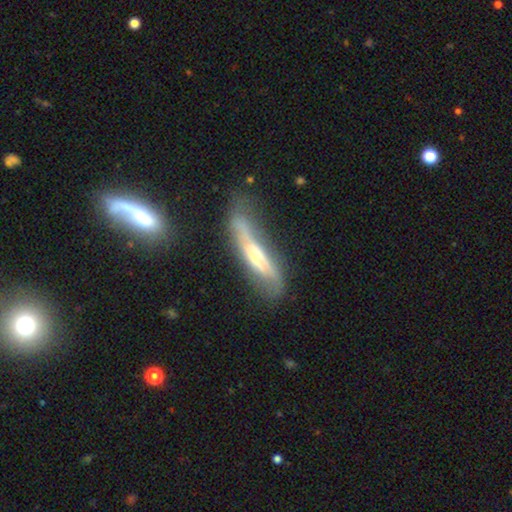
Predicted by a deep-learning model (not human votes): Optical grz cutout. It shows a featured or disk galaxy (56%) viewed edge-on (56%). Merging: none (41%).